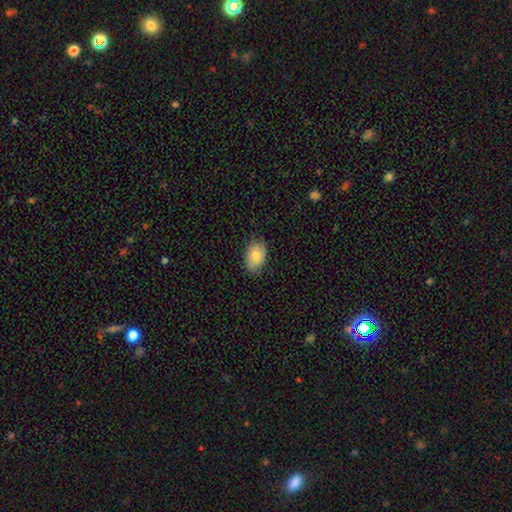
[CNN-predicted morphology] Smooth or featured: smooth — 77% (featured or disk — 16%)
How rounded: in between — 84% (round — 15%)
Merging: none — 77% (minor disturbance — 19%)